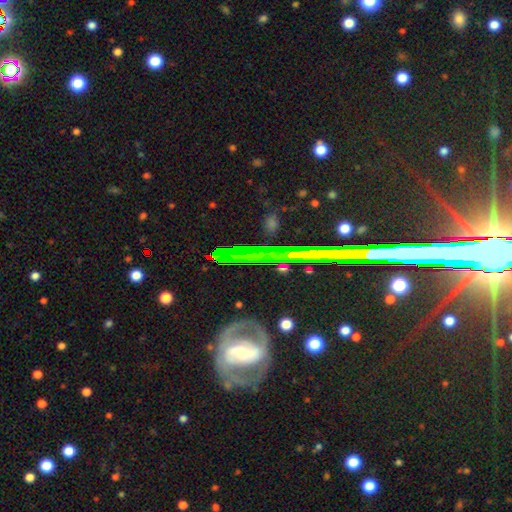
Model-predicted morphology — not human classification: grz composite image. It shows a star or artifact, not a galaxy (47%).